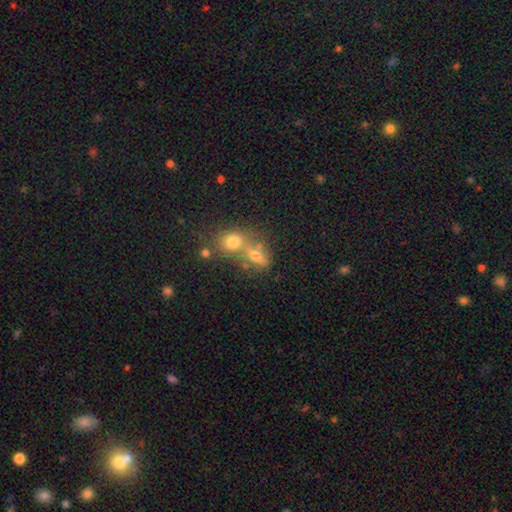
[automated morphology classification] smooth-or-featured: smooth: 67% | featured or disk: 17% | star or artifact: 16%
  how-rounded: in between: 59% | round: 38% | cigar-shaped: 3%
  merging: merger: 55% | none: 30% | minor disturbance: 9% | major disturbance: 6%